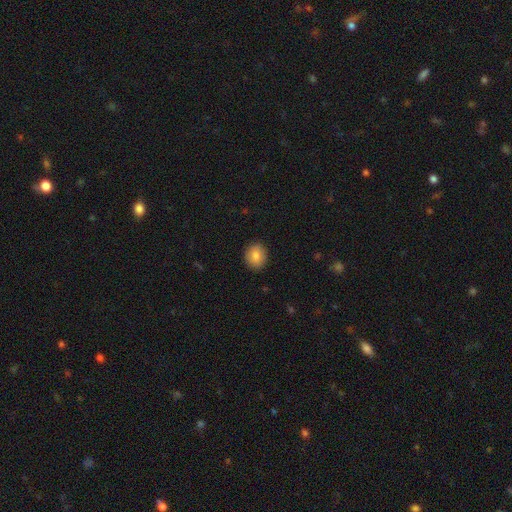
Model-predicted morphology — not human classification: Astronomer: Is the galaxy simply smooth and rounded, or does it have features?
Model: smooth — 84%.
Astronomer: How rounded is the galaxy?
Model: round — 60% (runner-up: in between, 39%).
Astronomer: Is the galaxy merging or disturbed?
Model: none — 89%.